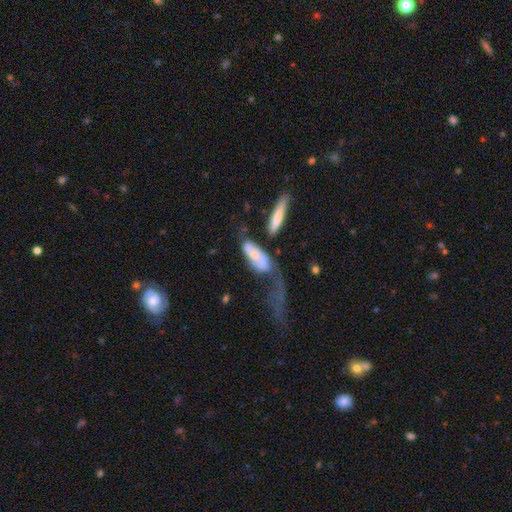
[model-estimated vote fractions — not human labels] This appears to be a featured or disk galaxy (47%). Merging: major disturbance (37%).